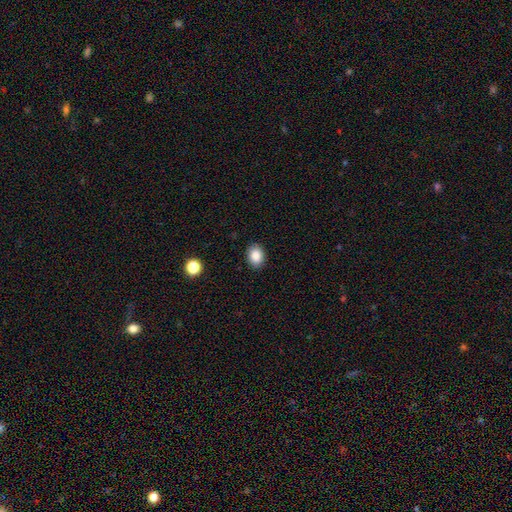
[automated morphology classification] This is clearly a smooth galaxy (87%). How rounded: possibly in between (59%). Merging: clearly none (89%).